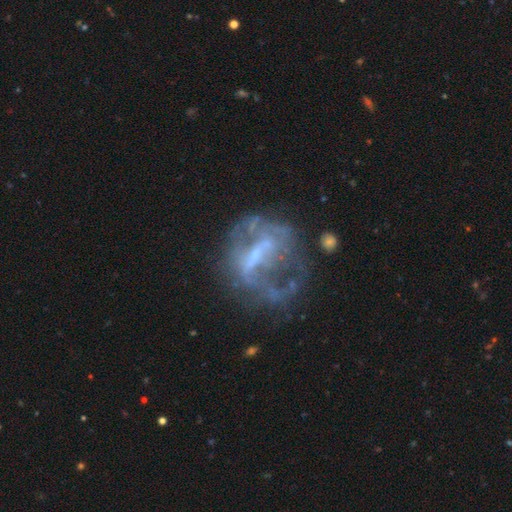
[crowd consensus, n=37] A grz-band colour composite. It shows a featured or disk galaxy (84%) with a weak bar (50%), 2 (33%, tied with can't tell) loose (67%) spiral arms (54%) and a small central bulge (39%). Merging: none (37%).